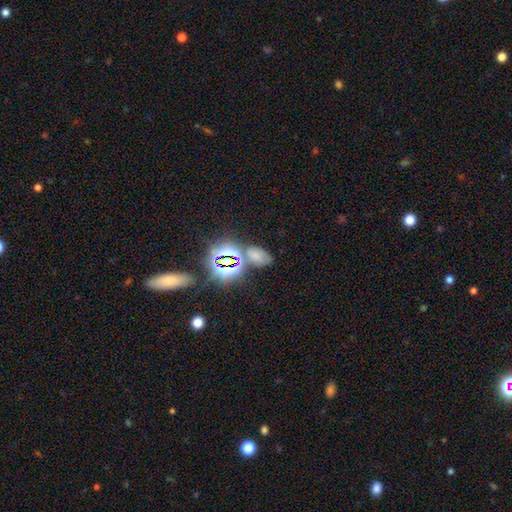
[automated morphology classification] type=smooth (48%); merging=none (59%).